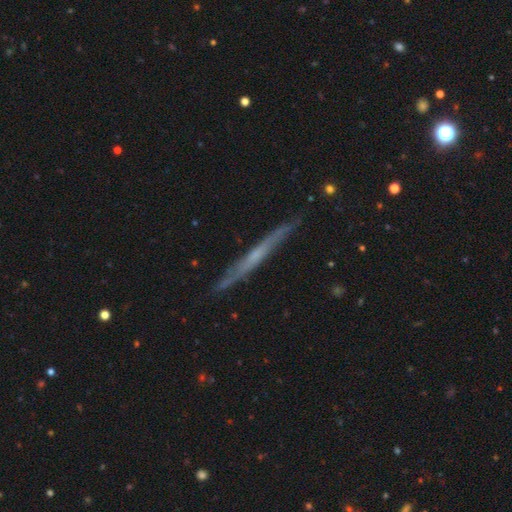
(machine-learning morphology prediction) smooth_or_featured: featured or disk (p=0.64) [alt: smooth p=0.29]
disk_edge_on: yes (p=0.95) [alt: no p=0.05]
edge_on_bulge: none (p=0.72) [alt: rounded p=0.23]
merging: none (p=0.87) [alt: minor disturbance p=0.10]